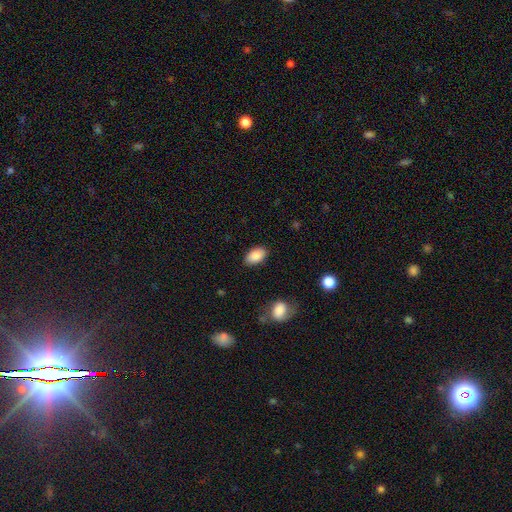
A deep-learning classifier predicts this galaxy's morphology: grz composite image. It shows a smooth galaxy with no disk features (88%) that is in between round and cigar-shaped (92%). Merging: none (85%).